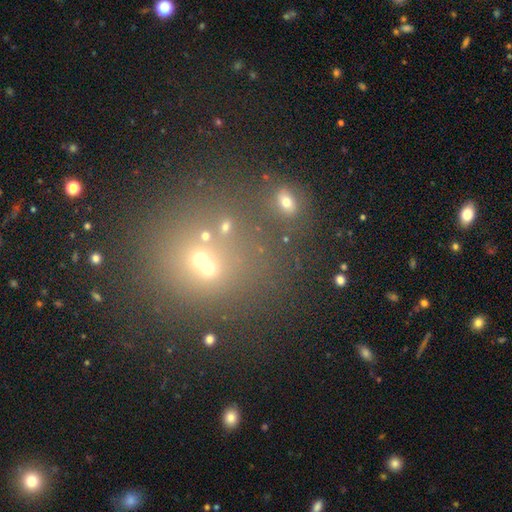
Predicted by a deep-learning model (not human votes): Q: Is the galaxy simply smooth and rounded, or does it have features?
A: star or artifact — 47%.